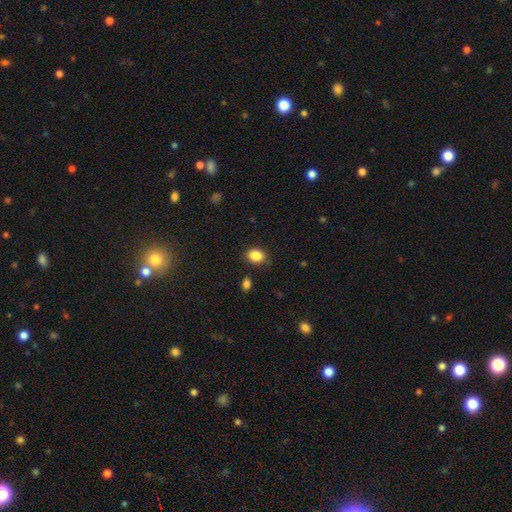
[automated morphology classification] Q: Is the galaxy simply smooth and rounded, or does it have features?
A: smooth — 86%.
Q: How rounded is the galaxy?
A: in between — 55%.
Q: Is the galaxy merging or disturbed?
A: none — 82%.